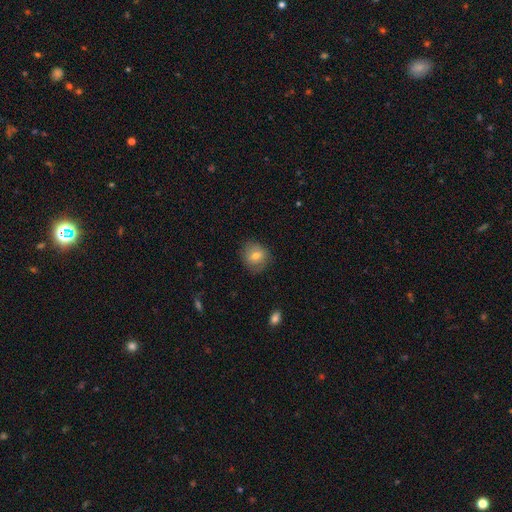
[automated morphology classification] smooth 69%, featured or disk 22%, star or artifact 9%. Down the decision tree: how rounded — round (77%); merging — none (76%).